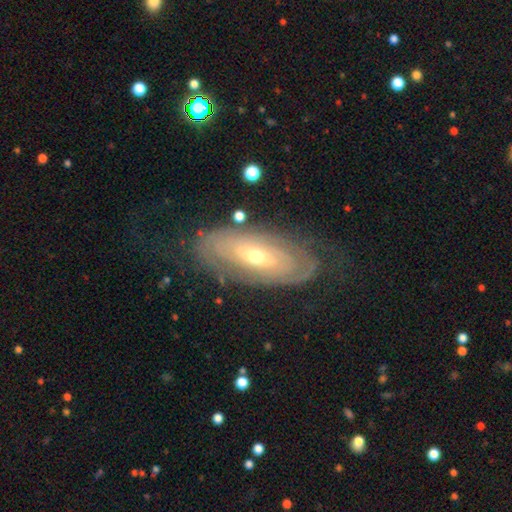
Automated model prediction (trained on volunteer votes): Smooth or featured: featured or disk — 76% (smooth — 18%)
Edge-on disk: no — 88% (yes — 12%)
Bar: no — 65% (weak — 25%)
Spiral arms: yes — 76% (no — 24%)
Spiral winding: tight — 75% (medium — 18%)
Spiral arm count: can't tell — 58% (2 — 24%)
Bulge size: moderate — 48% (tied with small — 48%)
Merging: none — 72% (minor disturbance — 17%)